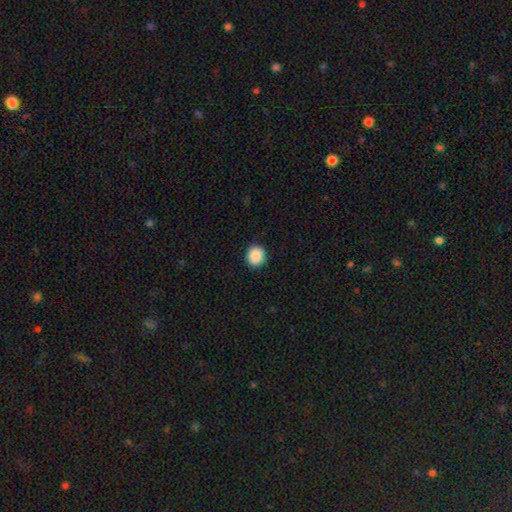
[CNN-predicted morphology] Overall: smooth (89%). How rounded: round (83%). Merging: none (91%).